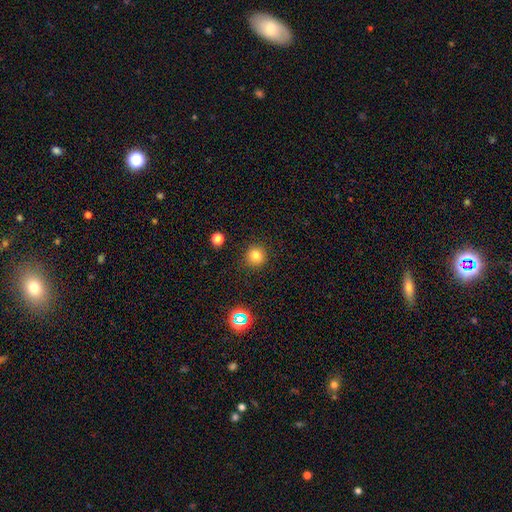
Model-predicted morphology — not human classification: Smooth or featured?
  - smooth: 78% *
  - star or artifact: 15%
  - featured or disk: 6%
How rounded?
  - round: 90% *
  - in between: 9%
  - cigar-shaped: 1%
Merging?
  - none: 90% *
  - minor disturbance: 6%
  - major disturbance: 2%
  - merger: 1%